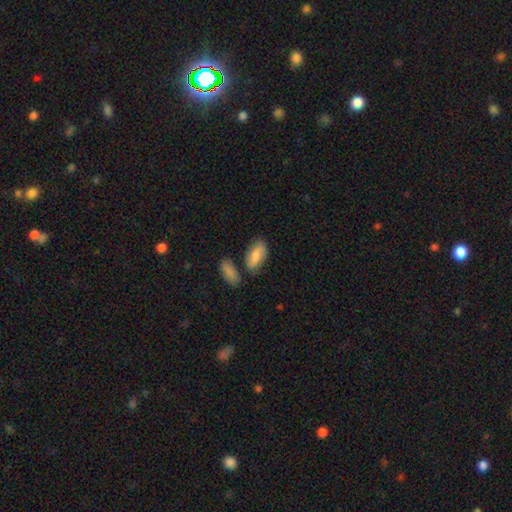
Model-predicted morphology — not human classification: Overall: smooth (81%). How rounded: in between (90%). Merging: none (64%).